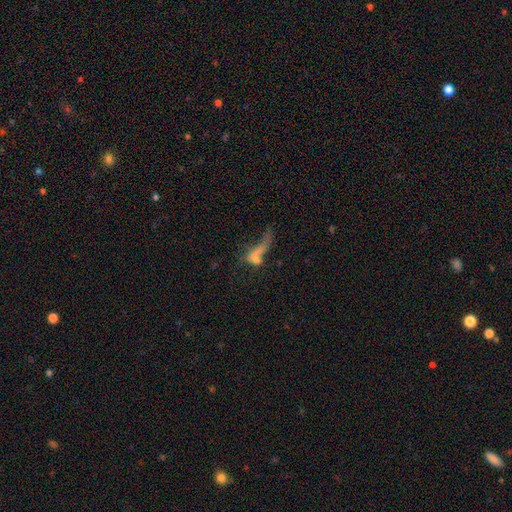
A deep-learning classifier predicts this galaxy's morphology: This appears to be a smooth galaxy with no disk features (51%) that is in between round and cigar-shaped (54%). Merging: major disturbance (43%).